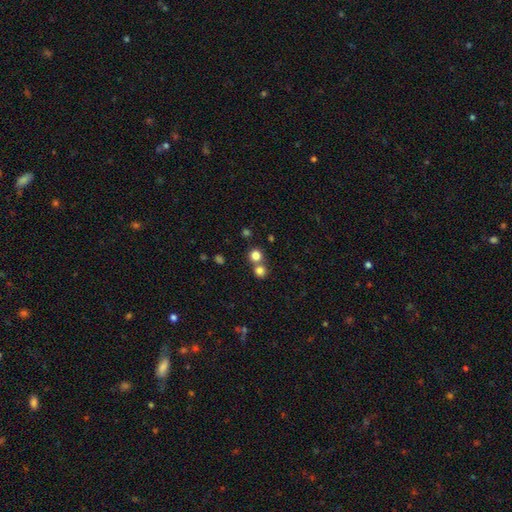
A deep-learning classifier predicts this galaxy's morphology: This appears to be a smooth galaxy with no disk features (80%) that is round (92%). Merging: none (60%).